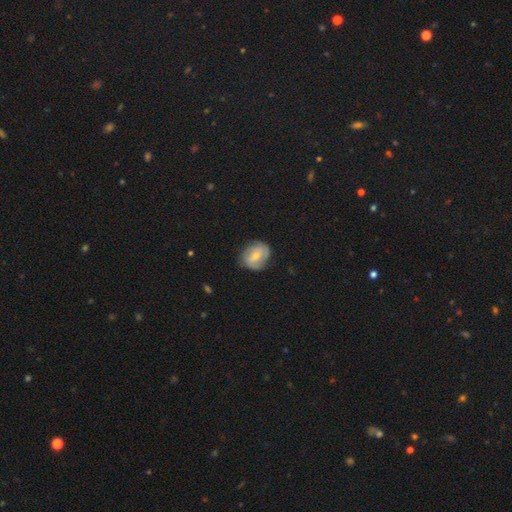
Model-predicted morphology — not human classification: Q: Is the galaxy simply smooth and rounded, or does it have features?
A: smooth — 49%.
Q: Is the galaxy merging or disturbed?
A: none — 72%.